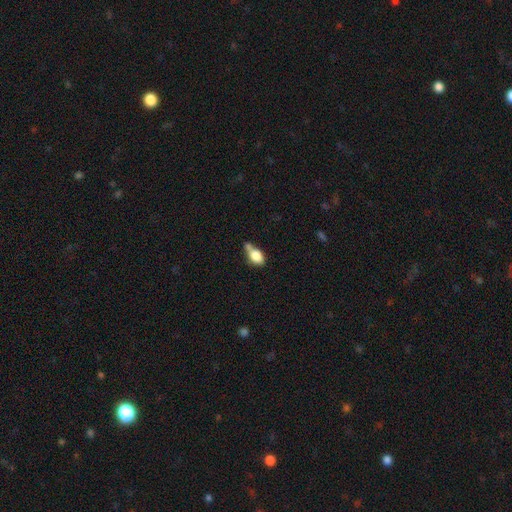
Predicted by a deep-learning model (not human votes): This appears to be a smooth galaxy with no disk features (80%) that is in between round and cigar-shaped (81%). Merging: none (34%).